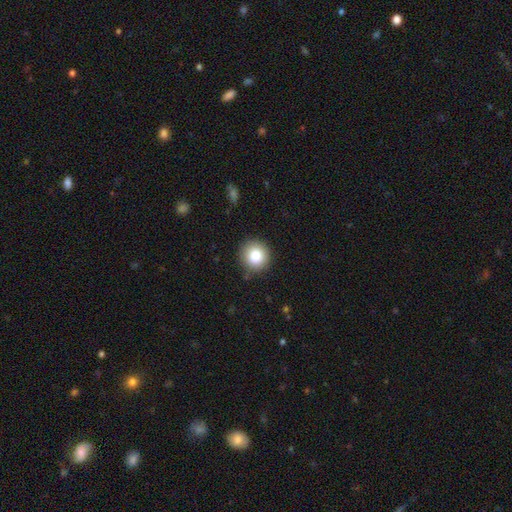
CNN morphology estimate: Overall: smooth (81%). How rounded: round (93%). Merging: none (88%).